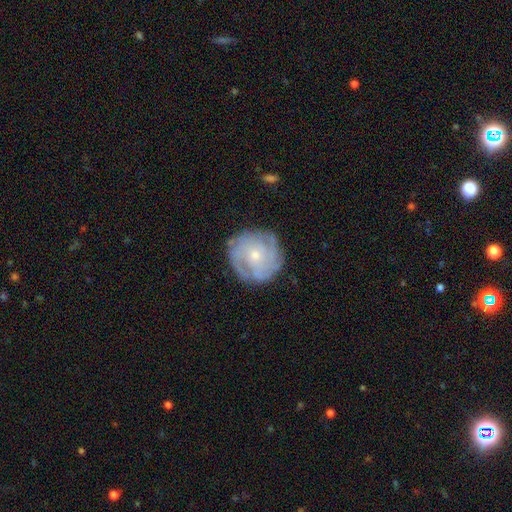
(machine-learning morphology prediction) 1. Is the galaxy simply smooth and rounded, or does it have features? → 74% featured or disk, 20% smooth, 7% star or artifact.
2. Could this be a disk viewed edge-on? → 97% no, 3% yes.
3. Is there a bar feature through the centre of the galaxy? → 79% no, 18% weak, 3% strong.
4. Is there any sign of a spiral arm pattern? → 88% yes, 12% no.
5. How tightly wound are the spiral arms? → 67% tight, 26% medium, 7% loose.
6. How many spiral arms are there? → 42% can't tell, 18% 3, 14% 4, 13% 2, 6% more than 4, 6% 1.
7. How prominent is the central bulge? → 62% small, 34% moderate, 2% large, 1% none, 1% dominant.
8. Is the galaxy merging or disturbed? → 80% none, 14% minor disturbance, 5% major disturbance, 1% merger.